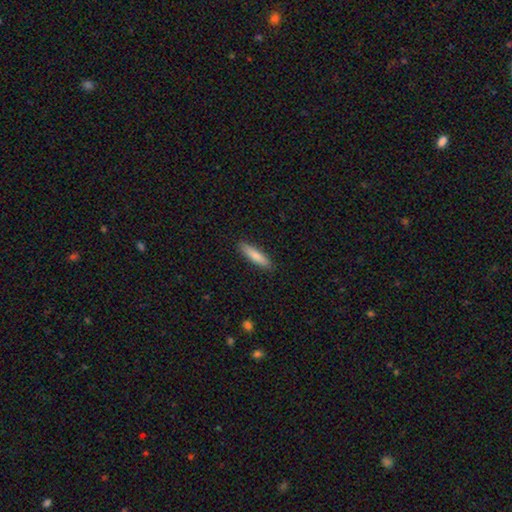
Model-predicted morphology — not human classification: smooth 82%, featured or disk 12%, star or artifact 6%. Down the decision tree: how rounded — cigar-shaped (78%); merging — none (88%).